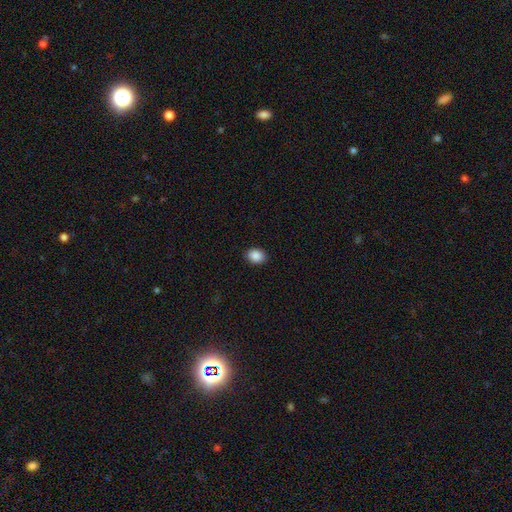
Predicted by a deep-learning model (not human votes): Smooth or featured? Predicted: smooth (p=0.89). How rounded? Predicted: in between (p=0.64). Merging? Predicted: none (p=0.89).